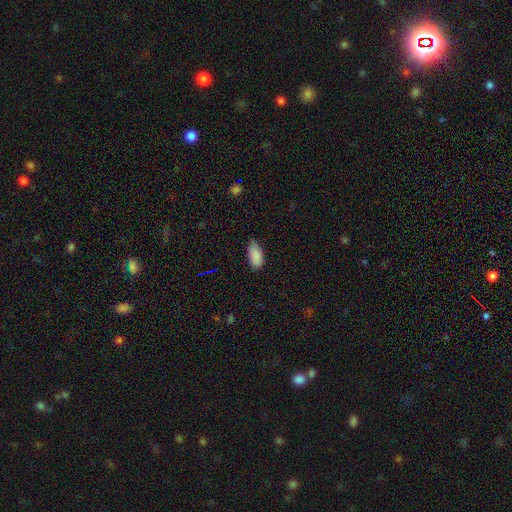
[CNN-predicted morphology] Smooth or featured? Predicted: smooth (p=0.88). How rounded? Predicted: in between (p=0.92). Merging? Predicted: none (p=0.68).